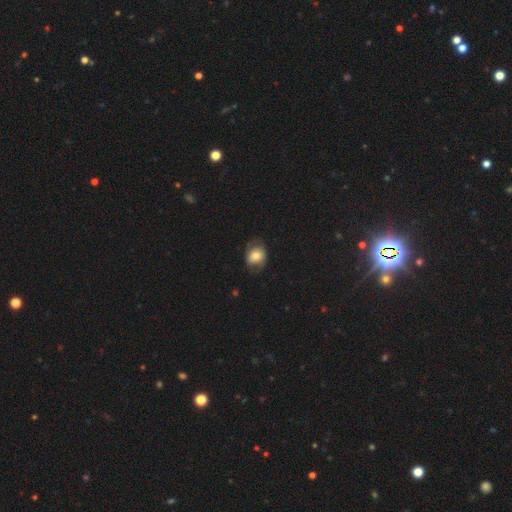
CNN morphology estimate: Smooth or featured? smooth (69%)
How rounded? round (50%)
Merging? none (68%)